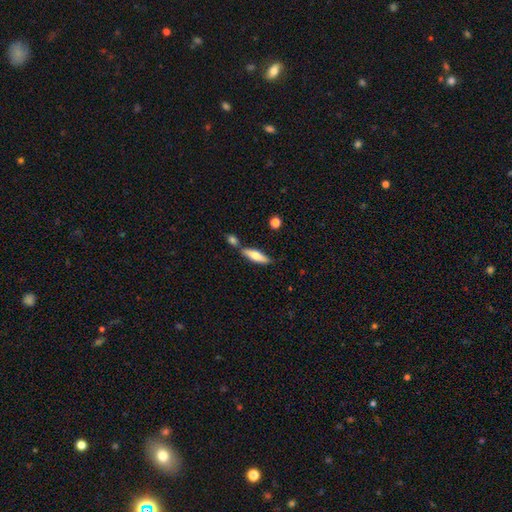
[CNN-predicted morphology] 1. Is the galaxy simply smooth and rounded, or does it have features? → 65% smooth, 29% featured or disk, 6% star or artifact.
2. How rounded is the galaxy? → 60% cigar-shaped, 38% in between, 2% round.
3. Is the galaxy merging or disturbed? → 64% none, 20% merger, 13% minor disturbance, 3% major disturbance.